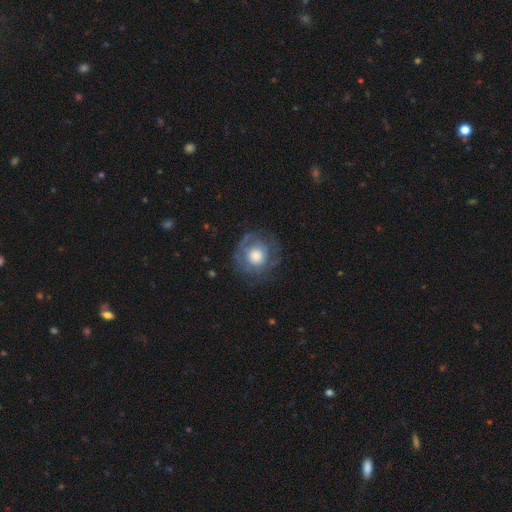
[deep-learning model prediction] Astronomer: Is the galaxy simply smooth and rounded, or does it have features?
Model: smooth — 49% (runner-up: featured or disk, 42%).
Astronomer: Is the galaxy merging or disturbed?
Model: none — 68%.